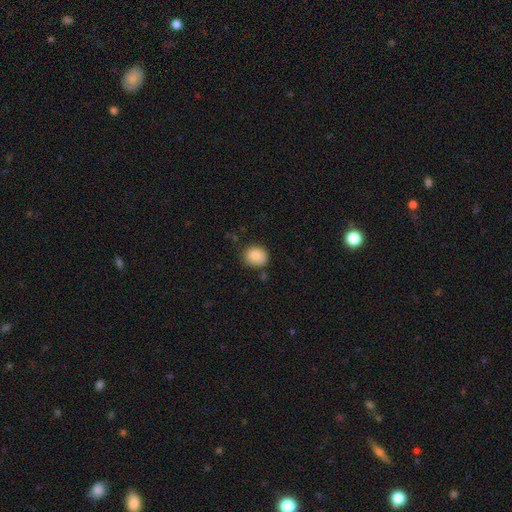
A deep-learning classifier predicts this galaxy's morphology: type=smooth (86%); roundness=round (73%); merging=none (72%).